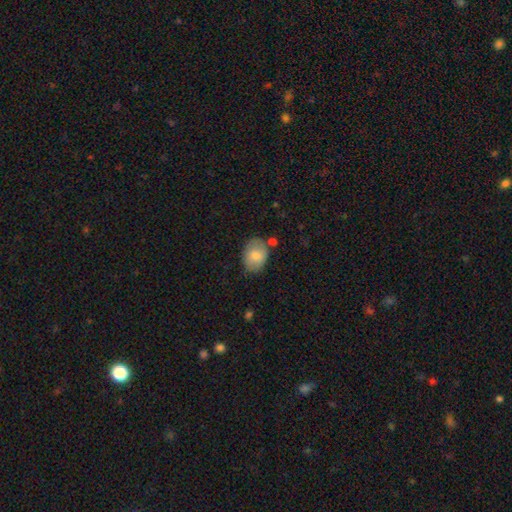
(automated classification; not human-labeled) A smooth galaxy with no disk features (79%) that is in between round and cigar-shaped (75%). Merging: none (72%).